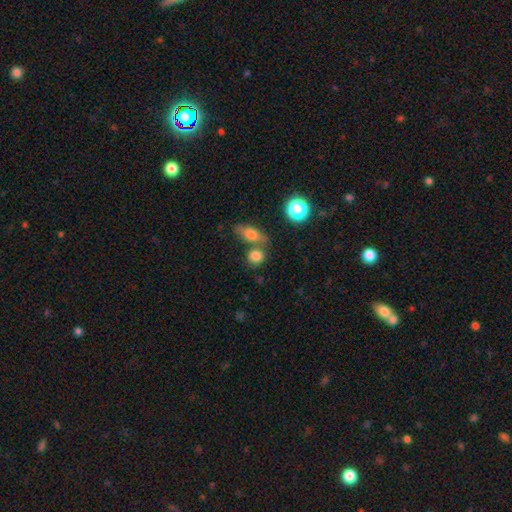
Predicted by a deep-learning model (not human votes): The model was most divided on "merging": none: 58%, merger: 27%, minor disturbance: 11%, major disturbance: 4%. More confident: smooth or featured — smooth (79%); how rounded — round (66%).